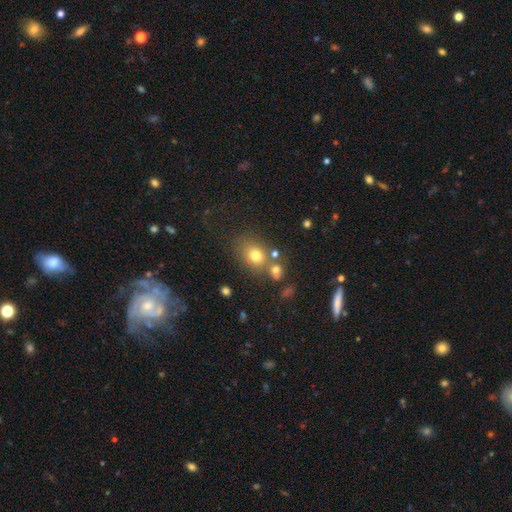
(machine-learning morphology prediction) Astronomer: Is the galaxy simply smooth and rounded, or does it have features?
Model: smooth — 73%.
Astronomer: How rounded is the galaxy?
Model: round — 54% (runner-up: in between, 45%).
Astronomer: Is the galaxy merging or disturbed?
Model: none — 64%.